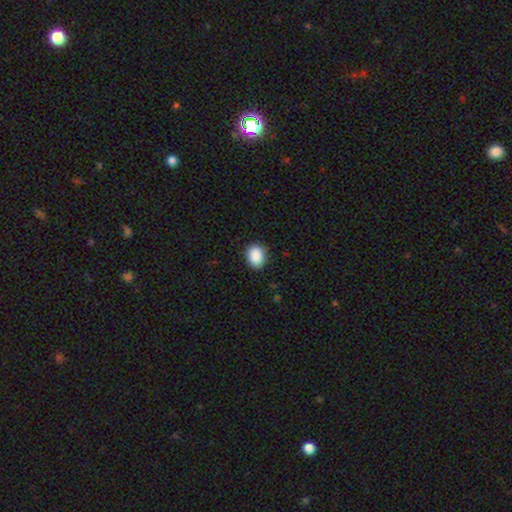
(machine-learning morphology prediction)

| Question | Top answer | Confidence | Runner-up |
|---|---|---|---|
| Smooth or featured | smooth | 90% | star or artifact (8%) |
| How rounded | in between | 64% | round (35%) |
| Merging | none | 88% | minor disturbance (9%) |